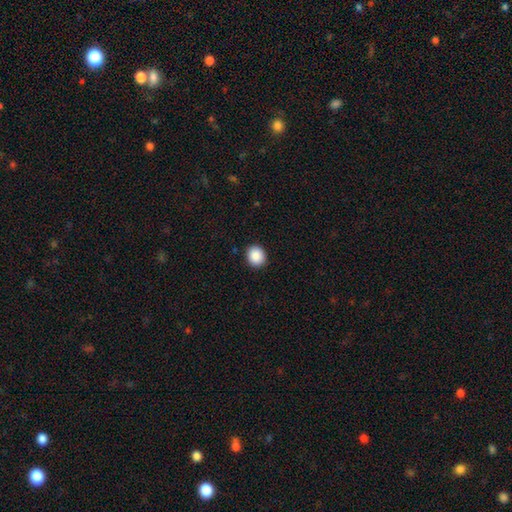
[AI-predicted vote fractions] A smooth galaxy with no disk features (89%) that is round (80%).

Vote fractions:
- Smooth or featured? smooth: 89% / star or artifact: 8% / featured or disk: 3%
- How rounded? round: 80% / in between: 19% / cigar-shaped: 1%
- Merging? none: 92% / minor disturbance: 6% / major disturbance: 2% / merger: 1%